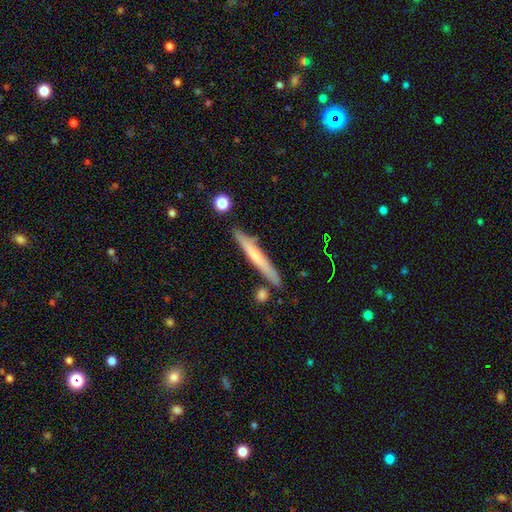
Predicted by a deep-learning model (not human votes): The model was most divided on "smooth or featured": smooth: 53%, featured or disk: 41%, star or artifact: 6%. More confident: how rounded — cigar-shaped (96%); merging — none (83%).